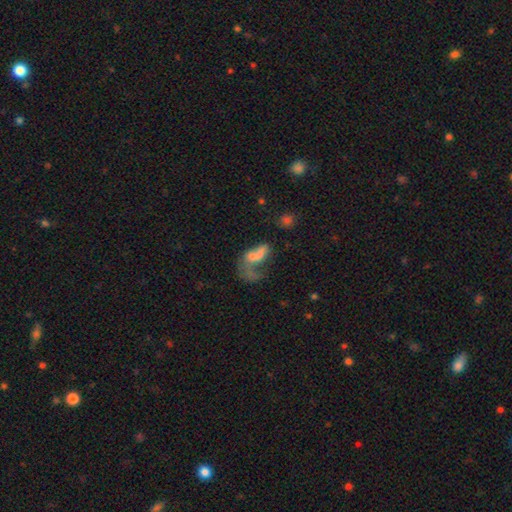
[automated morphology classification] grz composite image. It shows a smooth galaxy with no disk features (46%). Merging: major disturbance (46%).